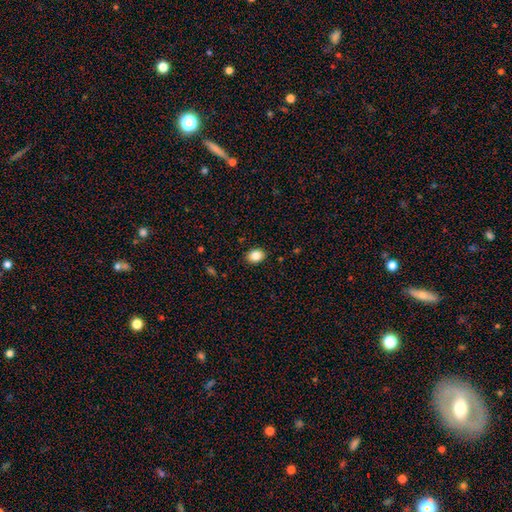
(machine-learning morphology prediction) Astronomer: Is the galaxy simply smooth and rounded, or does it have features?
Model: smooth — 86%.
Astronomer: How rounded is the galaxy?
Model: in between — 59% (runner-up: round, 40%).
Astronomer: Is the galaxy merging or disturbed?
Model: none — 90%.